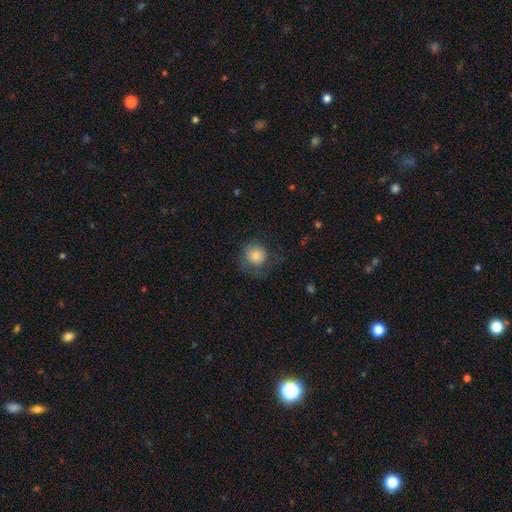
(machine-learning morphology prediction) smooth_or_featured: smooth (p=0.77) [alt: featured or disk p=0.14]
how_rounded: round (p=0.88) [alt: in between p=0.11]
merging: none (p=0.57) [alt: major disturbance p=0.21]